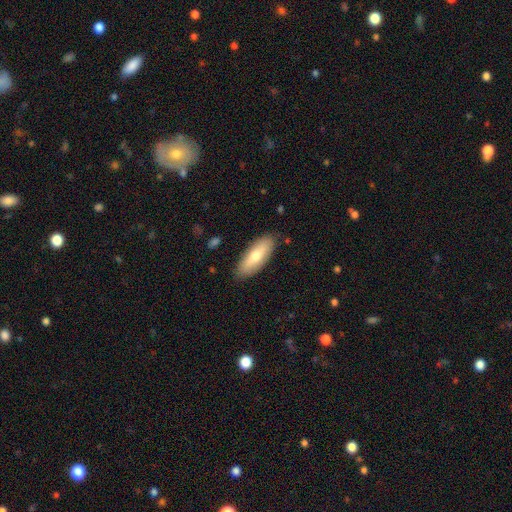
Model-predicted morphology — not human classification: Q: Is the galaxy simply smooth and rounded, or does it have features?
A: smooth — 69%.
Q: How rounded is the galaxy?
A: in between — 69%.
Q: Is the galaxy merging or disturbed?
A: none — 86%.